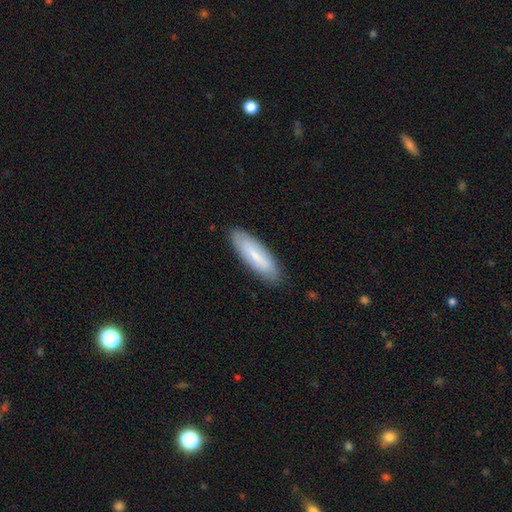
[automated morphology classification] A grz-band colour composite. It shows a smooth galaxy with no disk features (69%) that is cigar-shaped (55%). Merging: none (85%).